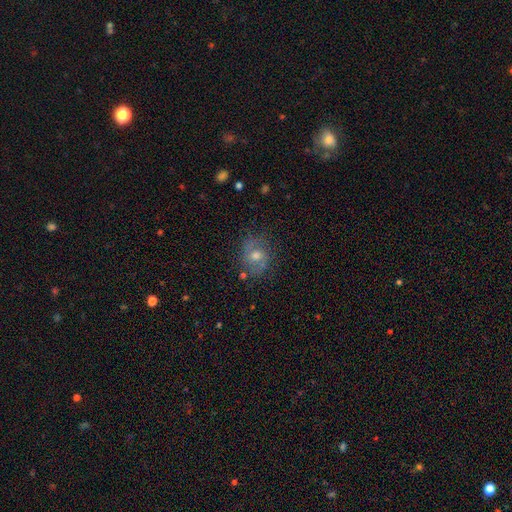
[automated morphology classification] type=featured or disk (53%); edge-on=no (96%); bar=no (61%); spiral arms=yes (78%); bulge=moderate (69%); merging=none (76%).